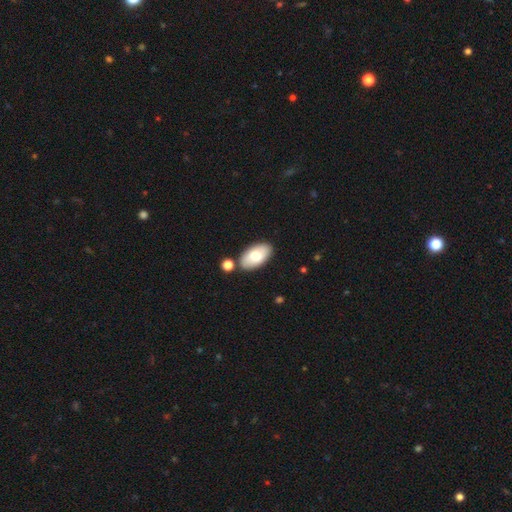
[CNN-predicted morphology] A smooth galaxy with no disk features (71%) that is in between round and cigar-shaped (95%).

Vote fractions:
- Smooth or featured? smooth: 71% / featured or disk: 23% / star or artifact: 6%
- How rounded? in between: 95% / round: 3% / cigar-shaped: 2%
- Merging? none: 81% / minor disturbance: 9% / merger: 7% / major disturbance: 2%